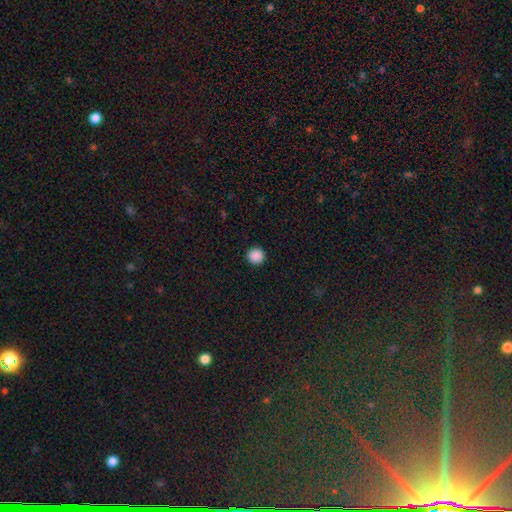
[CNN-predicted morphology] smooth 88%, star or artifact 10%, featured or disk 2%. Down the decision tree: how rounded — round (95%); merging — none (93%).